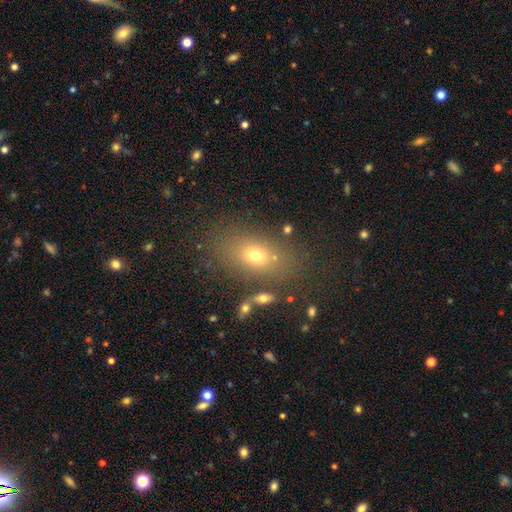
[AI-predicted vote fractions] Smooth or featured? Predicted: smooth (p=0.67). How rounded? Predicted: in between (p=0.76). Merging? Predicted: none (p=0.76).